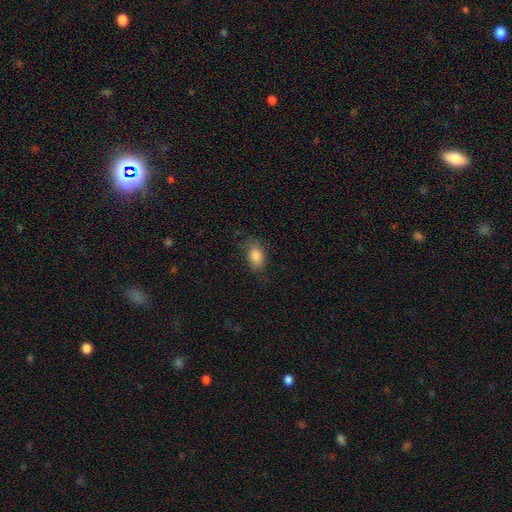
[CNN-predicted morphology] Q: Smooth or featured?
A: smooth (85%); runner-up: star or artifact (8%)
Q: How rounded?
A: in between (88%); runner-up: round (10%)
Q: Merging?
A: none (70%); runner-up: minor disturbance (22%)